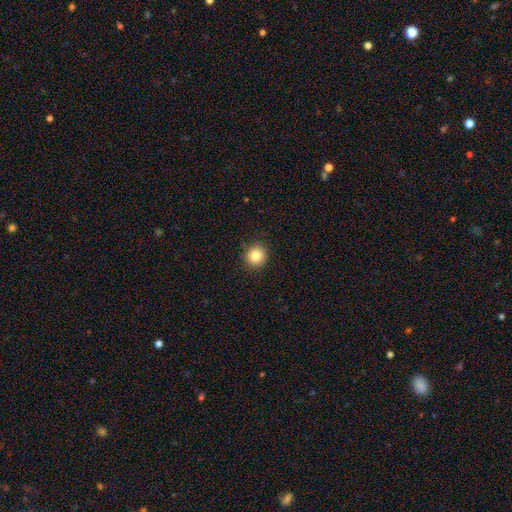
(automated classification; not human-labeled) Q: Smooth or featured?
A: smooth (84%); runner-up: star or artifact (10%)
Q: How rounded?
A: round (92%); runner-up: in between (7%)
Q: Merging?
A: none (91%); runner-up: minor disturbance (6%)